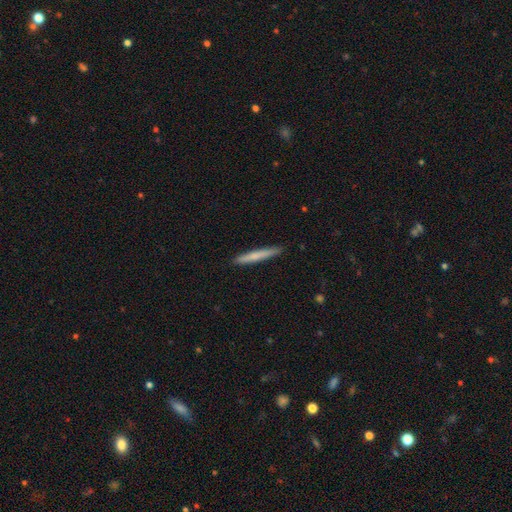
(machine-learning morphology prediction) The model was most divided on "smooth or featured": smooth: 66%, featured or disk: 28%, star or artifact: 6%. More confident: how rounded — cigar-shaped (96%); merging — none (91%).